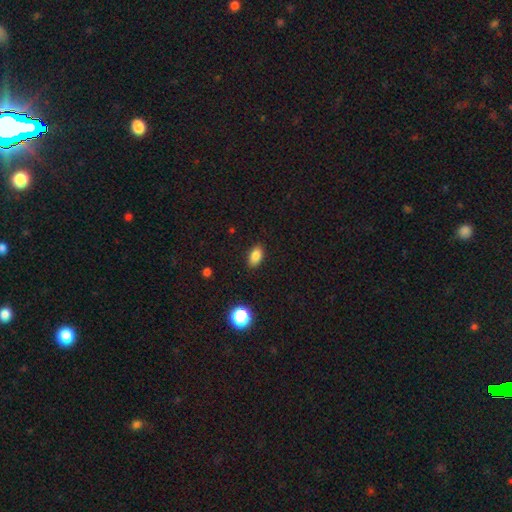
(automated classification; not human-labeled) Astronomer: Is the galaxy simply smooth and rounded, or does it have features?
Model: smooth — 85%.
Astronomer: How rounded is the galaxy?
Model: in between — 90%.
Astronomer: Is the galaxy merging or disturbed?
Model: none — 88%.